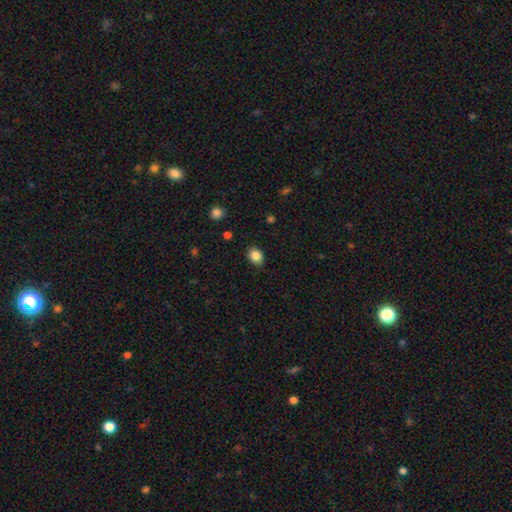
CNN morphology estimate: smooth-or-featured: smooth: 85% | star or artifact: 10% | featured or disk: 5%
  how-rounded: in between: 53% | round: 46% | cigar-shaped: 1%
  merging: none: 84% | minor disturbance: 13% | major disturbance: 3% | merger: 1%